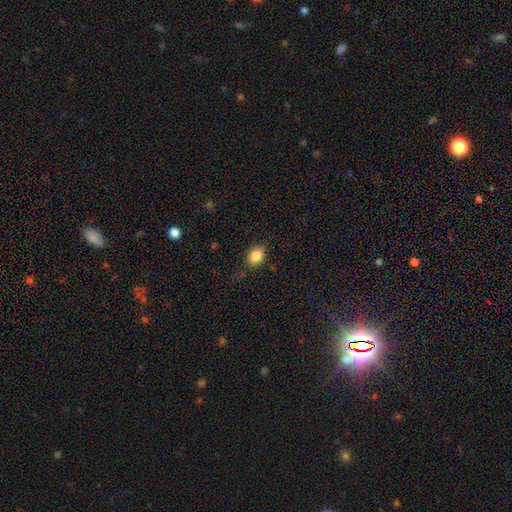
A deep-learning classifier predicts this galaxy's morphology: smooth_or_featured: smooth (p=0.85) [alt: star or artifact p=0.09]
how_rounded: in between (p=0.71) [alt: round p=0.28]
merging: none (p=0.82) [alt: minor disturbance p=0.13]